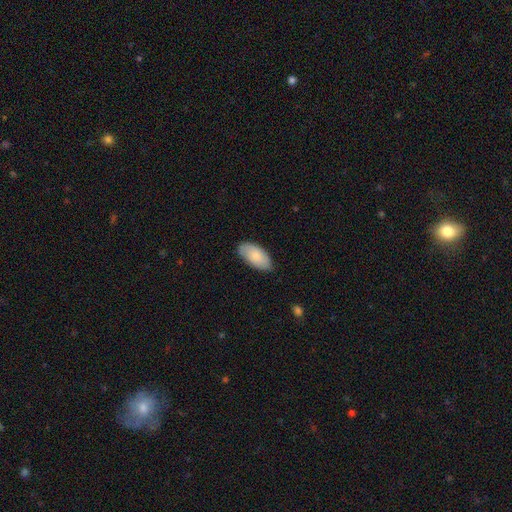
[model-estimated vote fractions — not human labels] A smooth galaxy with no disk features (80%) that is in between round and cigar-shaped (95%). Merging: none (81%).